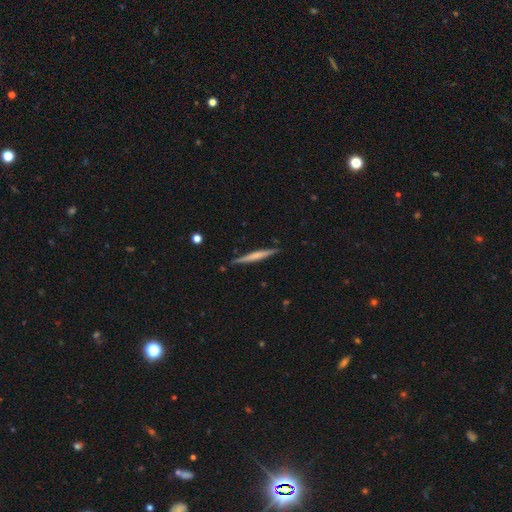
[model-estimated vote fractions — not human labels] Smooth or featured? Predicted: featured or disk (p=0.50). Edge-on disk? Predicted: yes (p=0.98). Merging? Predicted: none (p=0.88).